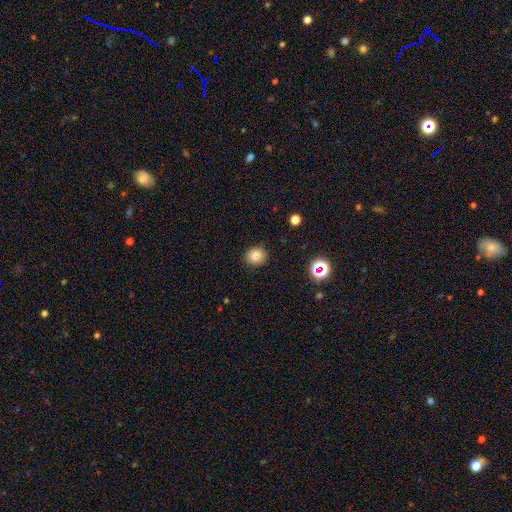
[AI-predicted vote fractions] Q: Smooth or featured?
A: smooth (80%); runner-up: star or artifact (13%)
Q: How rounded?
A: round (83%); runner-up: in between (16%)
Q: Merging?
A: none (88%); runner-up: minor disturbance (9%)